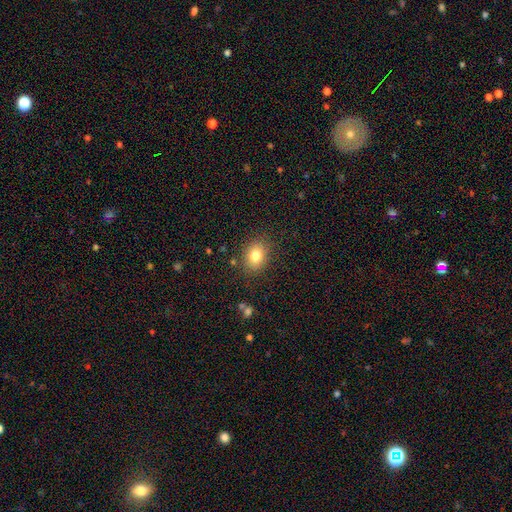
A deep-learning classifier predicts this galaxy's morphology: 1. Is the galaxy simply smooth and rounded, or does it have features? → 81% smooth, 11% star or artifact, 9% featured or disk.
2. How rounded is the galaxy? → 56% in between, 43% round, 1% cigar-shaped.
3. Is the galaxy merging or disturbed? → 85% none, 10% minor disturbance, 3% major disturbance, 2% merger.